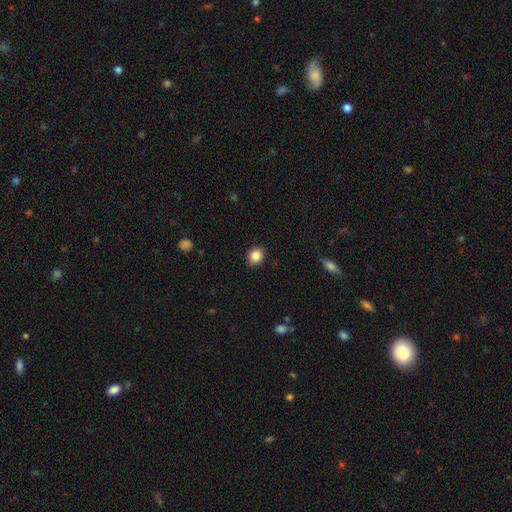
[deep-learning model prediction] Overall: smooth (87%). How rounded: round (77%). Merging: none (91%).